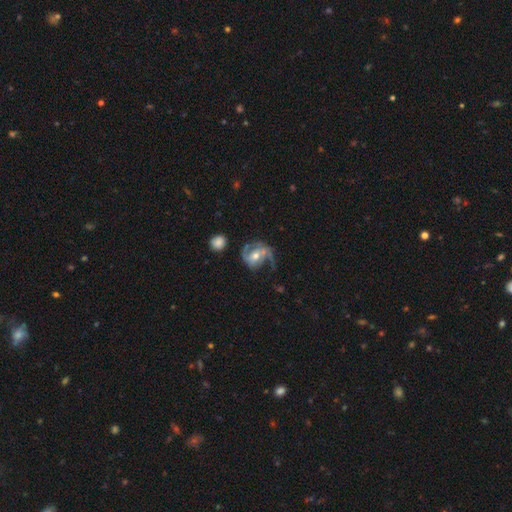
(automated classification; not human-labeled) Smooth or featured?
  - featured or disk: 82% *
  - smooth: 12%
  - star or artifact: 6%
Edge-on disk?
  - no: 97% *
  - yes: 3%
Bar?
  - no: 39% *
  - weak: 38%
  - strong: 22%
Spiral arms?
  - yes: 93% *
  - no: 7%
Spiral winding?
  - medium: 47% *
  - loose: 31%
  - tight: 22%
Spiral arm count?
  - 2: 79% *
  - 1: 8%
  - can't tell: 7%
  - 3: 4%
  - 4: 1%
  - more than 4: 1%
Bulge size?
  - moderate: 62% *
  - small: 33%
  - large: 3%
  - none: 1%
  - dominant: 1%
Merging?
  - none: 53% *
  - minor disturbance: 22%
  - major disturbance: 20%
  - merger: 5%